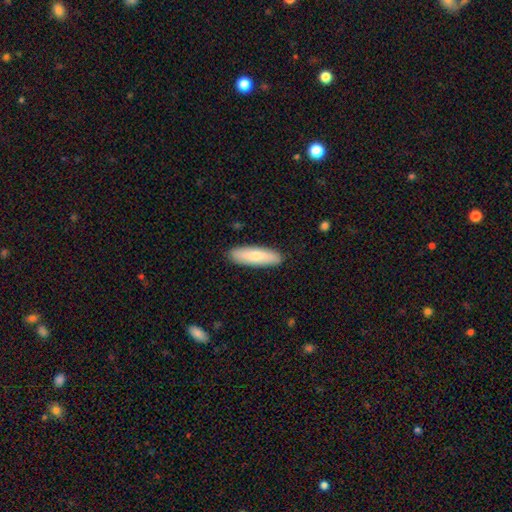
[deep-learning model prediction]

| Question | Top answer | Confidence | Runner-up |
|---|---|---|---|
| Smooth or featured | smooth | 77% | featured or disk (18%) |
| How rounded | cigar-shaped | 60% | in between (38%) |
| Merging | none | 89% | minor disturbance (8%) |